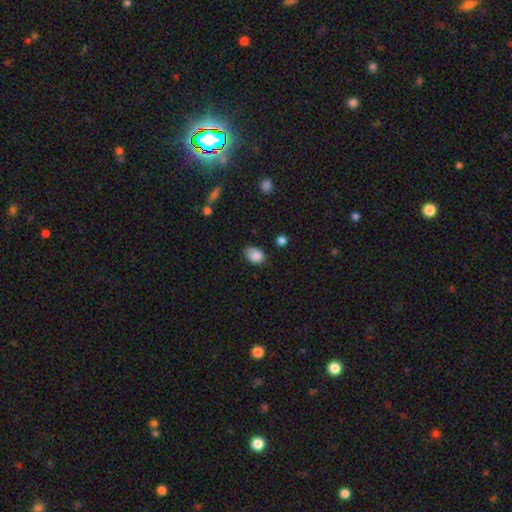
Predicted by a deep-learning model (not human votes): smooth_or_featured: smooth (p=0.82) [alt: featured or disk p=0.09]
how_rounded: in between (p=0.65) [alt: round p=0.34]
merging: none (p=0.51) [alt: minor disturbance p=0.36]